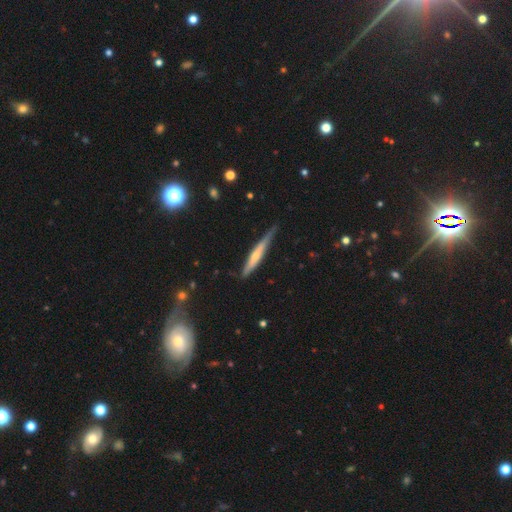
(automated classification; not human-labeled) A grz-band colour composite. It shows a featured or disk galaxy (56%) viewed edge-on (94%) with a rounded central bulge (67%). Merging: none (70%).